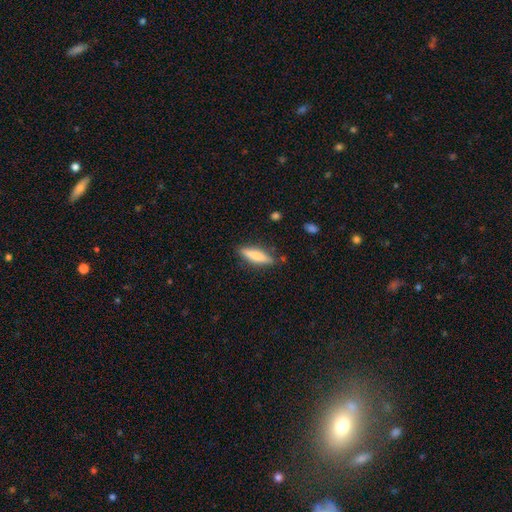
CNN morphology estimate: Smooth or featured: smooth — 69% (featured or disk — 25%)
How rounded: cigar-shaped — 71% (in between — 27%)
Merging: none — 84% (minor disturbance — 11%)